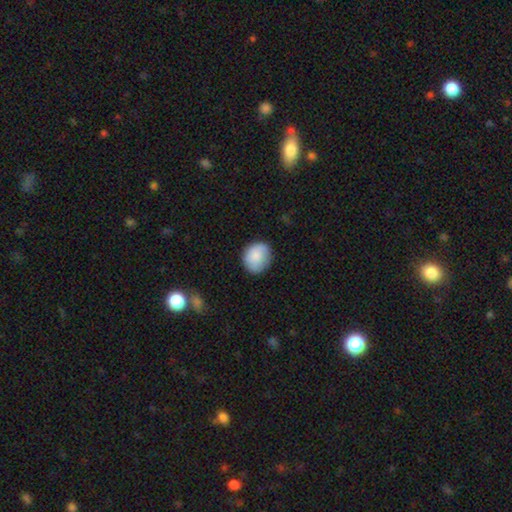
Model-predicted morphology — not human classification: smooth-or-featured: smooth: 84% | featured or disk: 9% | star or artifact: 7%
  how-rounded: round: 70% | in between: 29% | cigar-shaped: 1%
  merging: none: 79% | minor disturbance: 16% | major disturbance: 3% | merger: 1%